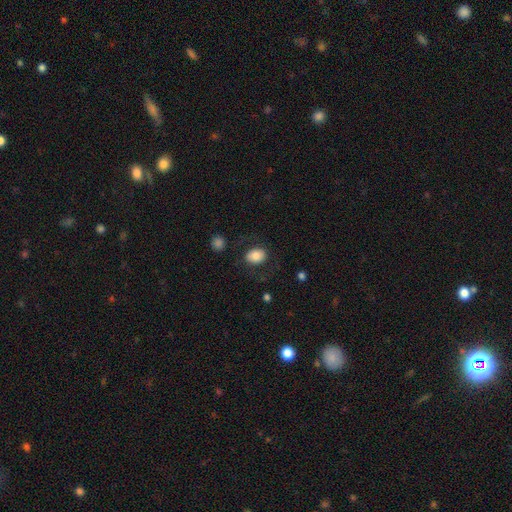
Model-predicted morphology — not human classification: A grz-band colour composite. It shows a smooth galaxy with no disk features (81%) that is in between round and cigar-shaped (66%). Merging: none (79%).